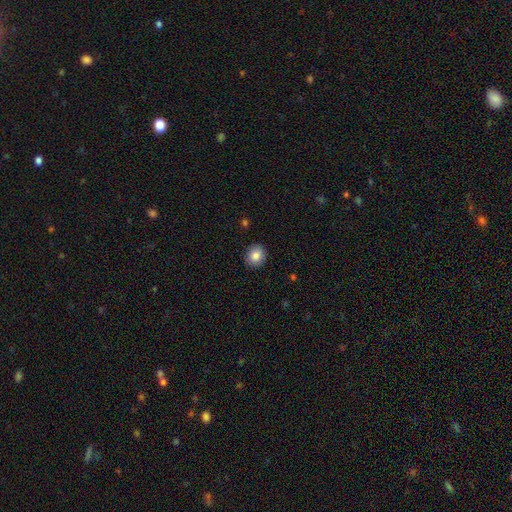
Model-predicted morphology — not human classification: Overall: smooth (85%). How rounded: round (77%). Merging: none (91%).